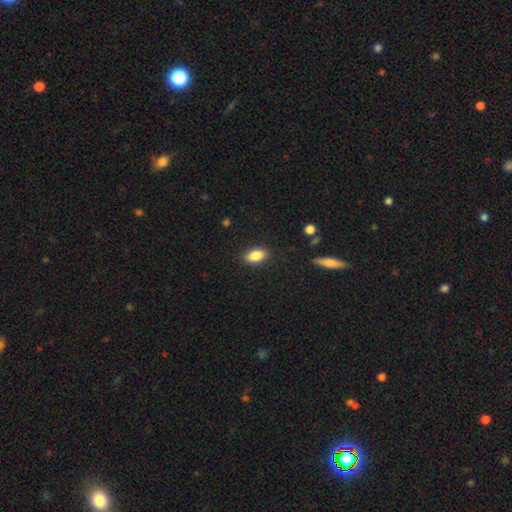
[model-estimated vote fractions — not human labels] Smooth or featured? Predicted: smooth (p=0.85). How rounded? Predicted: in between (p=0.88). Merging? Predicted: none (p=0.87).